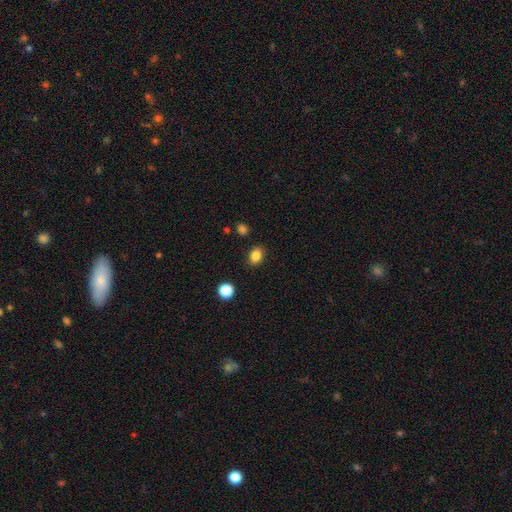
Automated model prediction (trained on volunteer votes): smooth-or-featured: smooth: 84% | star or artifact: 11% | featured or disk: 5%
  how-rounded: in between: 59% | round: 40% | cigar-shaped: 1%
  merging: none: 85% | minor disturbance: 10% | major disturbance: 3% | merger: 2%